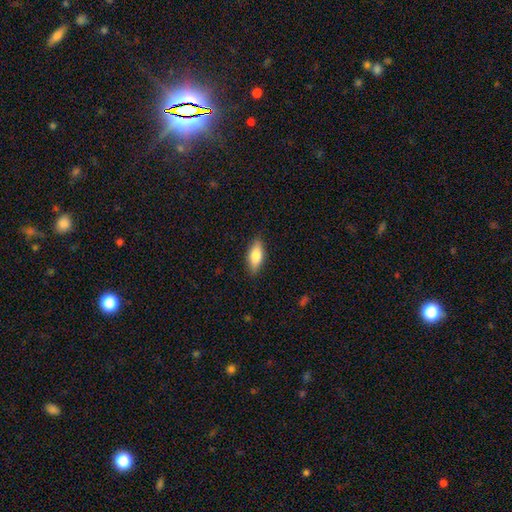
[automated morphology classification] A smooth galaxy with no disk features (76%) that is in between round and cigar-shaped (77%). Merging: none (86%).